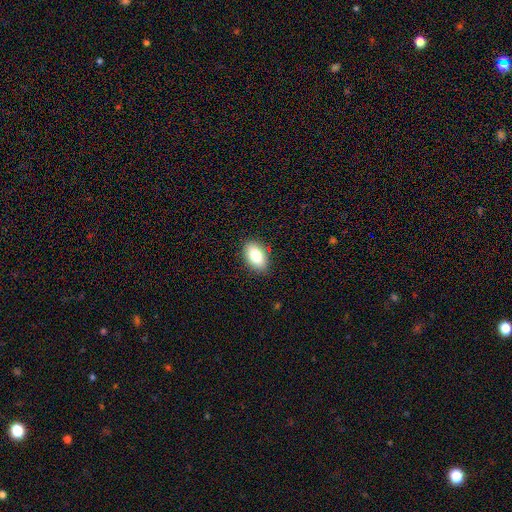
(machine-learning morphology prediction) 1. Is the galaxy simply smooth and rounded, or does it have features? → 83% smooth, 9% featured or disk, 7% star or artifact.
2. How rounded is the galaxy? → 91% in between, 7% round, 2% cigar-shaped.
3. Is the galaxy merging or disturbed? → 87% none, 10% minor disturbance, 2% major disturbance, 1% merger.